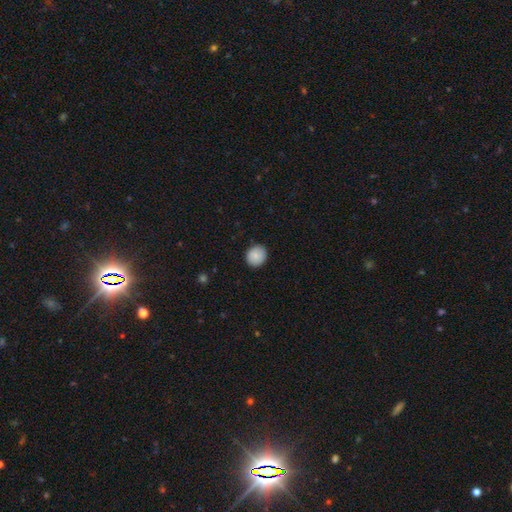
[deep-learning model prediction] smooth-or-featured: smooth: 87% | star or artifact: 7% | featured or disk: 5%
  how-rounded: round: 80% | in between: 19% | cigar-shaped: 1%
  merging: none: 89% | minor disturbance: 8% | major disturbance: 2% | merger: 1%